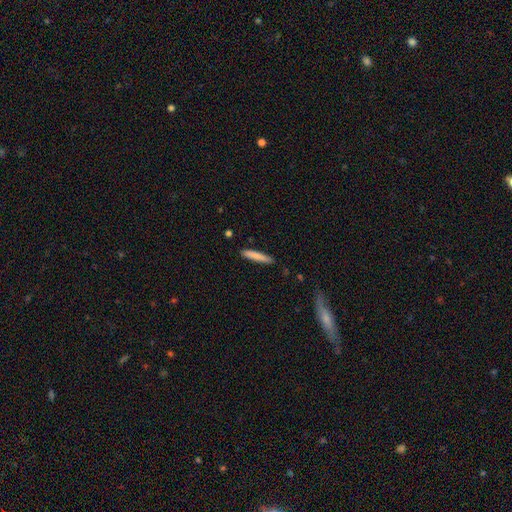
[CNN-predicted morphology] Smooth or featured? Predicted: smooth (p=0.82). How rounded? Predicted: cigar-shaped (p=0.93). Merging? Predicted: none (p=0.88).